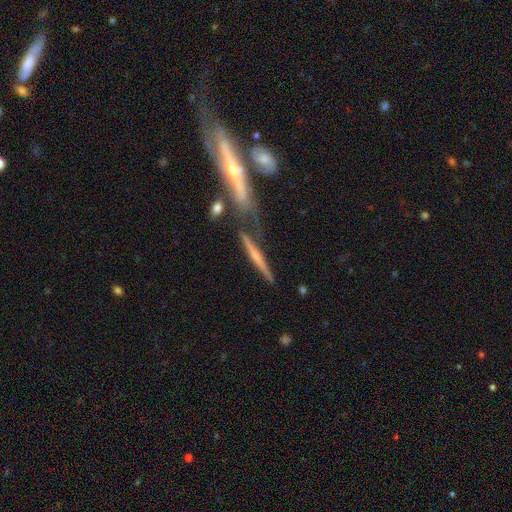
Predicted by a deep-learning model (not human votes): This appears to be a featured or disk galaxy (59%) viewed edge-on (91%) with a rounded central bulge (46%). Merging: none (56%).